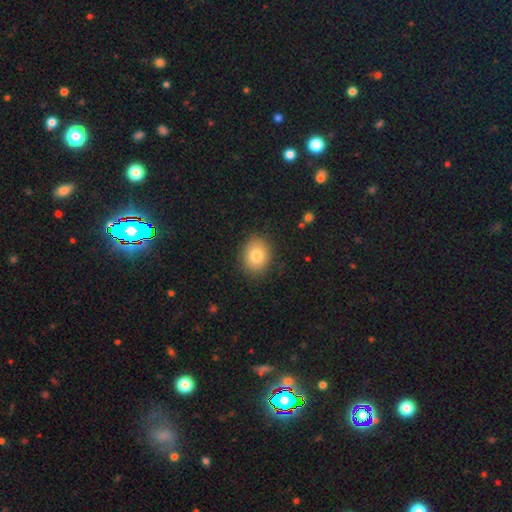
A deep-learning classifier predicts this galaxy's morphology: The model was most divided on "how rounded": round: 57%, in between: 42%, cigar-shaped: 1%. More confident: merging — none (88%); smooth or featured — smooth (81%).